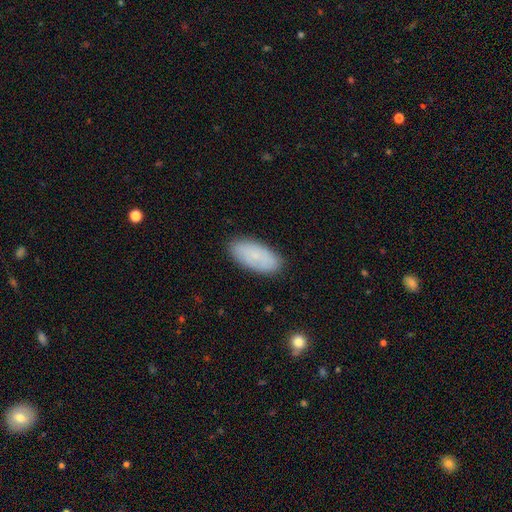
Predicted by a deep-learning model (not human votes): Morphology: type=smooth (76%); roundness=in between (92%); merging=none (86%).